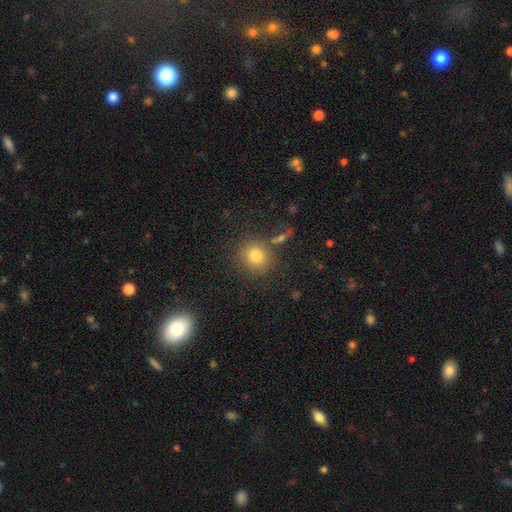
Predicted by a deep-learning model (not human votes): A smooth galaxy with no disk features (81%) that is round (86%).

Vote fractions:
- Smooth or featured? smooth: 81% / star or artifact: 12% / featured or disk: 8%
- How rounded? round: 86% / in between: 13% / cigar-shaped: 1%
- Merging? none: 79% / minor disturbance: 10% / merger: 7% / major disturbance: 4%